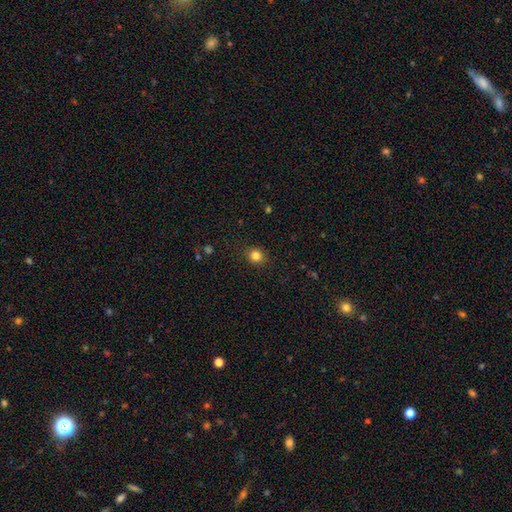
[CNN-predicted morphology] Smooth or featured: smooth — 83% (star or artifact — 12%)
How rounded: round — 80% (in between — 19%)
Merging: none — 88% (minor disturbance — 8%)